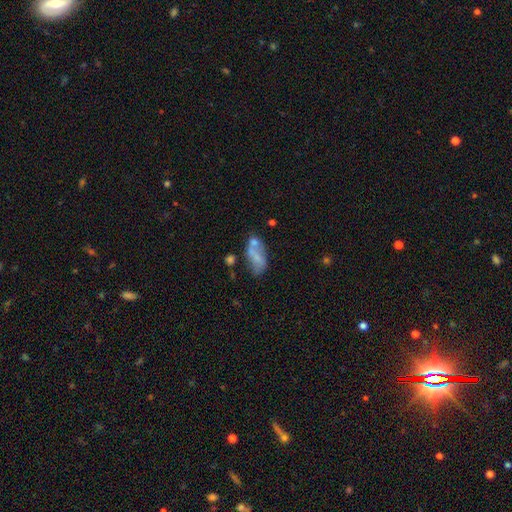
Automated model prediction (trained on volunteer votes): Overall: smooth (52%; featured or disk 37%). How rounded: in between (84%). Merging: none (33%; merger 31%).